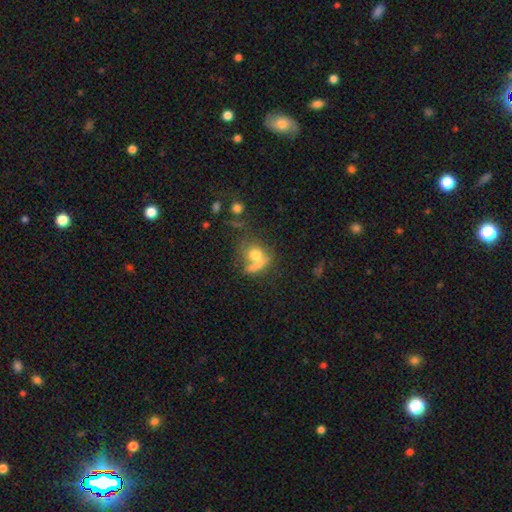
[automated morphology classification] smooth 69%, featured or disk 20%, star or artifact 12%. Down the decision tree: how rounded — round (63%); merging — merger (38%).